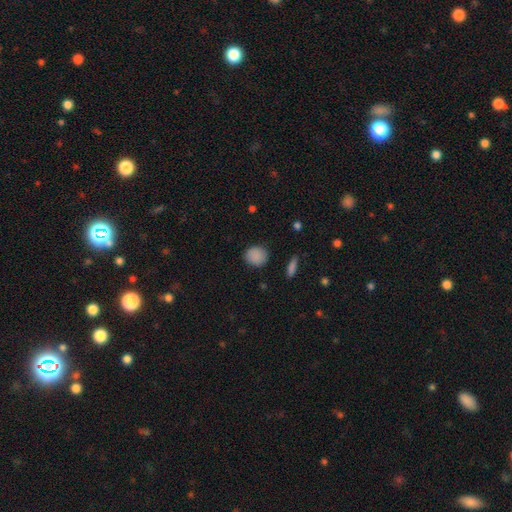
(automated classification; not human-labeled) Smooth or featured: smooth — 87% (star or artifact — 9%)
How rounded: round — 82% (in between — 17%)
Merging: none — 86% (minor disturbance — 10%)